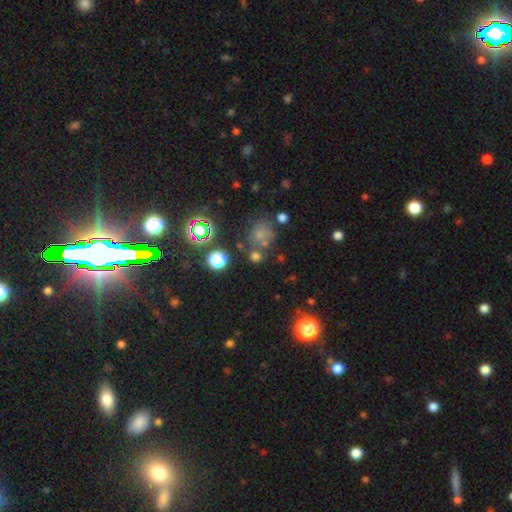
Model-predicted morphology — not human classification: Q: Smooth or featured?
A: smooth (59%); runner-up: star or artifact (30%)
Q: How rounded?
A: round (78%); runner-up: in between (21%)
Q: Merging?
A: none (60%); runner-up: merger (20%)